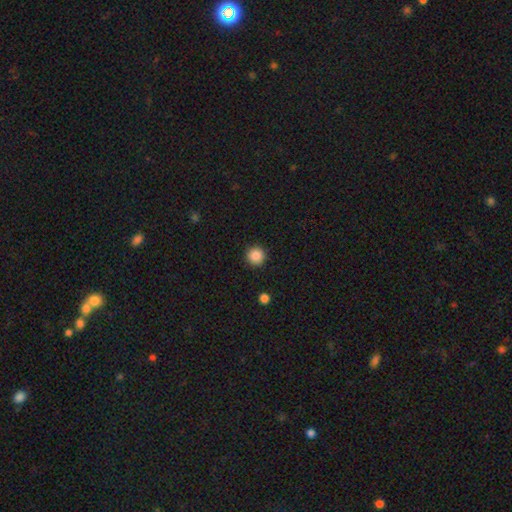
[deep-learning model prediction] smooth 87%, star or artifact 10%, featured or disk 3%. Down the decision tree: how rounded — round (95%); merging — none (92%).